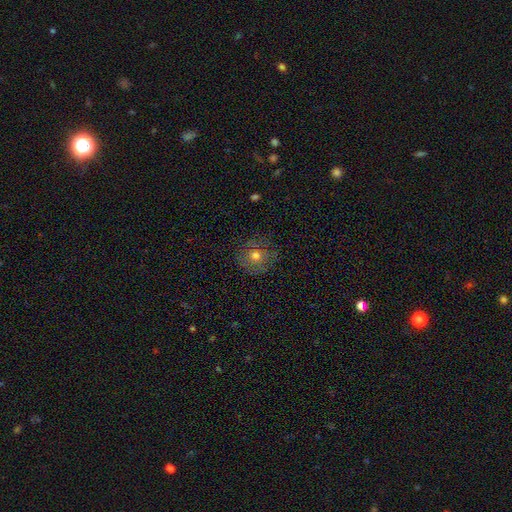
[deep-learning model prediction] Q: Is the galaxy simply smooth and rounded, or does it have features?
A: smooth — 63%.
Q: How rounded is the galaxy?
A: round — 86%.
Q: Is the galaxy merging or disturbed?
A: none — 77%.